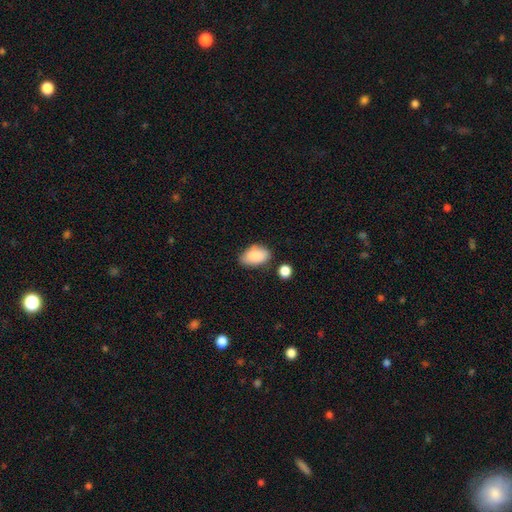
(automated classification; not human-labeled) Smooth or featured: smooth — 85% (featured or disk — 8%)
How rounded: in between — 91% (round — 8%)
Merging: none — 68% (minor disturbance — 22%)